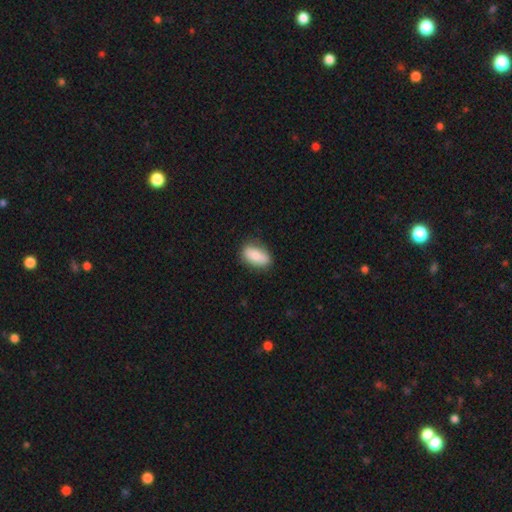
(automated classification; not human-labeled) Overall: smooth (81%). How rounded: in between (89%). Merging: none (79%).